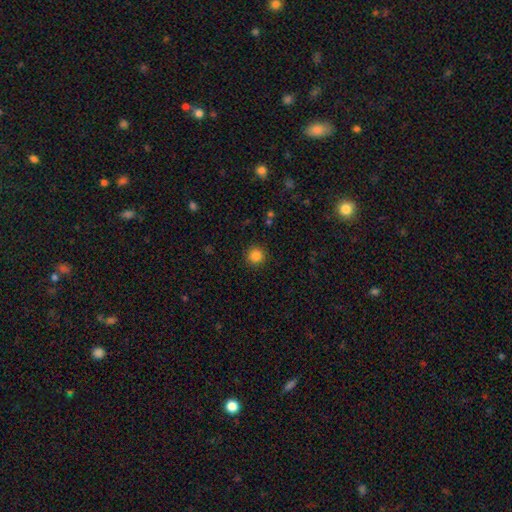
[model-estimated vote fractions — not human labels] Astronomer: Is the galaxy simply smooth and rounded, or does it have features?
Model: smooth — 84%.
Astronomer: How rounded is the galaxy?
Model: round — 95%.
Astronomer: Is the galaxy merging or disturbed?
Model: none — 91%.